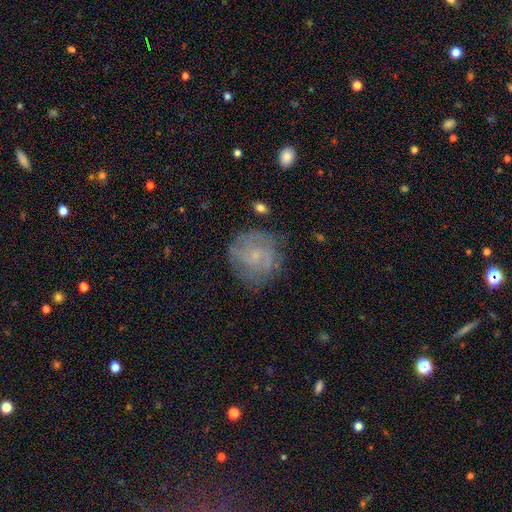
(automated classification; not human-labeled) Smooth or featured?
  - featured or disk: 60% *
  - smooth: 30%
  - star or artifact: 10%
Edge-on disk?
  - no: 98% *
  - yes: 2%
Bar?
  - no: 67% *
  - weak: 29%
  - strong: 4%
Spiral arms?
  - yes: 82% *
  - no: 18%
Bulge size?
  - small: 69% *
  - moderate: 15%
  - none: 14%
  - large: 1%
  - dominant: 1%
Merging?
  - none: 72% *
  - minor disturbance: 19%
  - major disturbance: 8%
  - merger: 2%